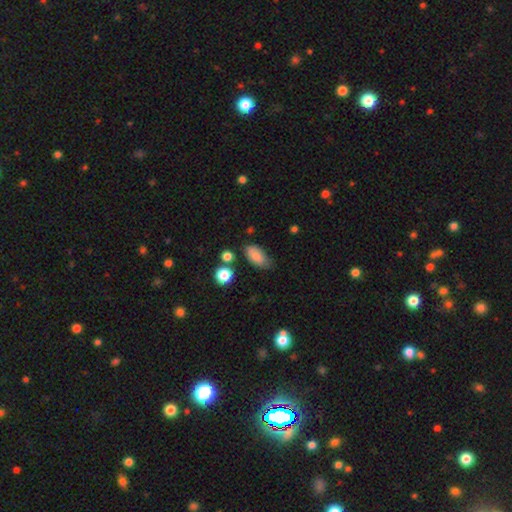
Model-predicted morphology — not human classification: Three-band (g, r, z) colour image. It shows a smooth galaxy with no disk features (83%) that is in between round and cigar-shaped (90%). Merging: none (65%).